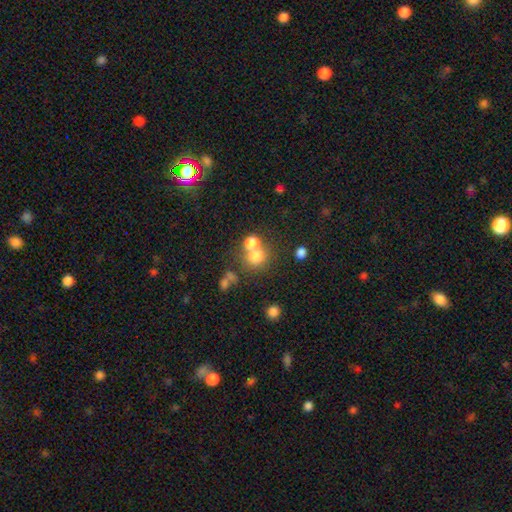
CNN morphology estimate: Smooth or featured: smooth — 73% (star or artifact — 16%)
How rounded: round — 76% (in between — 23%)
Merging: none — 48% (merger — 37%)